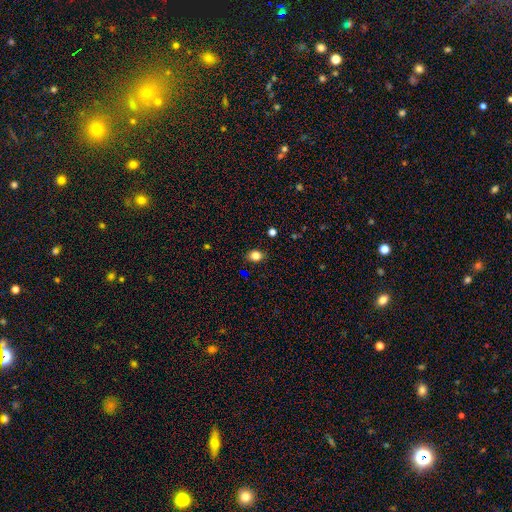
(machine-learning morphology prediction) Smooth or featured? smooth (81%)
How rounded? in between (51%)
Merging? none (87%)